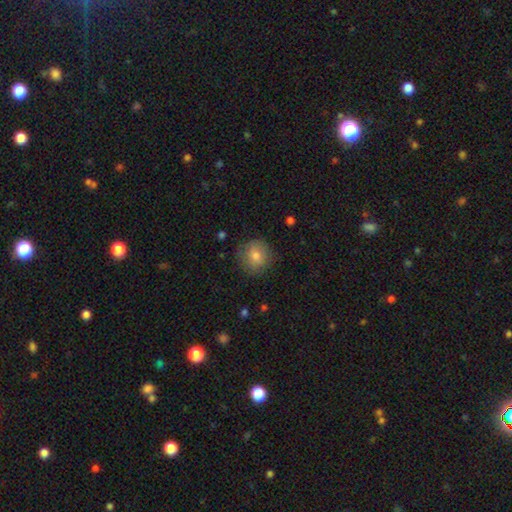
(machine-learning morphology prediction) The model was most divided on "smooth or featured": smooth: 76%, featured or disk: 14%, star or artifact: 10%. More confident: how rounded — round (90%); merging — none (83%).